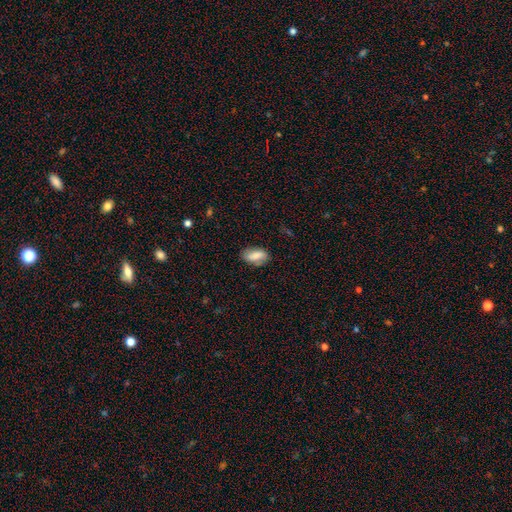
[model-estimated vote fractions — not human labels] Q: Smooth or featured?
A: smooth (73%); runner-up: featured or disk (19%)
Q: How rounded?
A: in between (91%); runner-up: cigar-shaped (4%)
Q: Merging?
A: none (77%); runner-up: minor disturbance (17%)